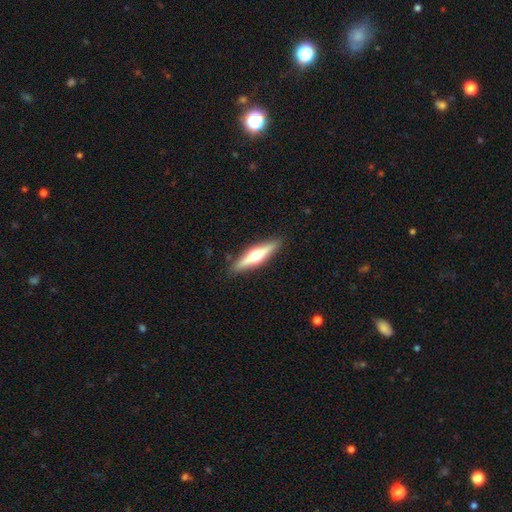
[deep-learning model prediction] A featured or disk galaxy (64%) viewed edge-on (96%) with a rounded central bulge (95%).

Vote fractions:
- Smooth or featured? featured or disk: 64% / smooth: 31% / star or artifact: 5%
- Edge-on disk? yes: 96% / no: 4%
- Edge-on bulge? rounded: 95% / boxy: 3% / none: 2%
- Merging? none: 90% / minor disturbance: 7% / major disturbance: 2% / merger: 1%